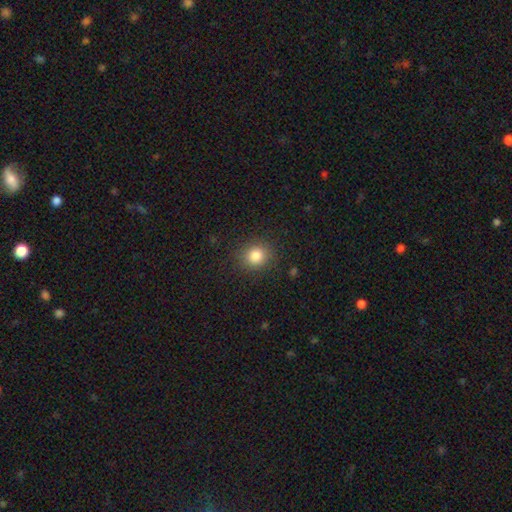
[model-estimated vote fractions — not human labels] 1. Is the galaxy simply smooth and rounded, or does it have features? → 83% smooth, 11% star or artifact, 6% featured or disk.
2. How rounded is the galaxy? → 79% round, 20% in between, 1% cigar-shaped.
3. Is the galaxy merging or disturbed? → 88% none, 8% minor disturbance, 3% major disturbance, 1% merger.